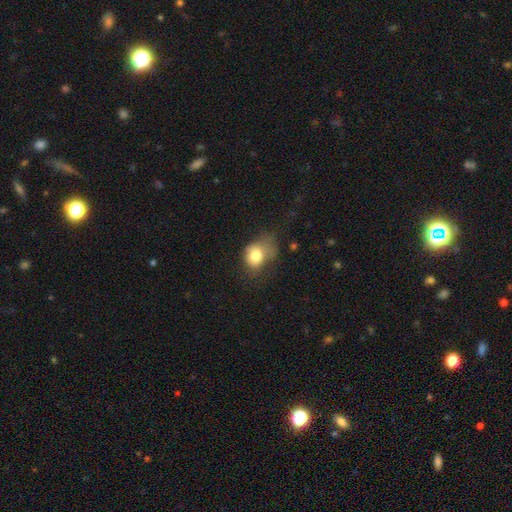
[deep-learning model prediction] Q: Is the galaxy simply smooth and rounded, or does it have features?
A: smooth — 76%.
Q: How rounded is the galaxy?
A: in between — 50%.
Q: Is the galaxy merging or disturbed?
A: minor disturbance — 35%.